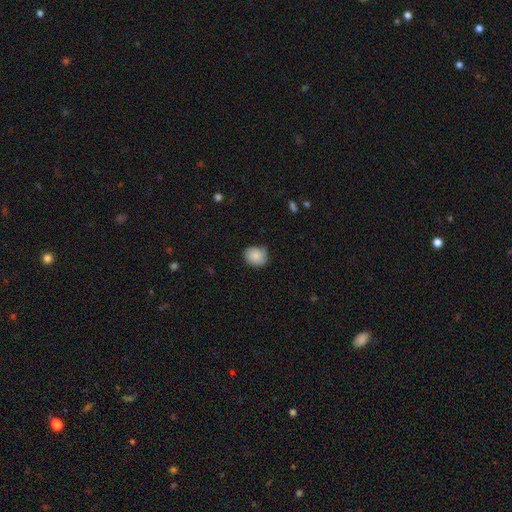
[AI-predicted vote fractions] Morphology: type=smooth (84%); roundness=round (66%); merging=none (73%).